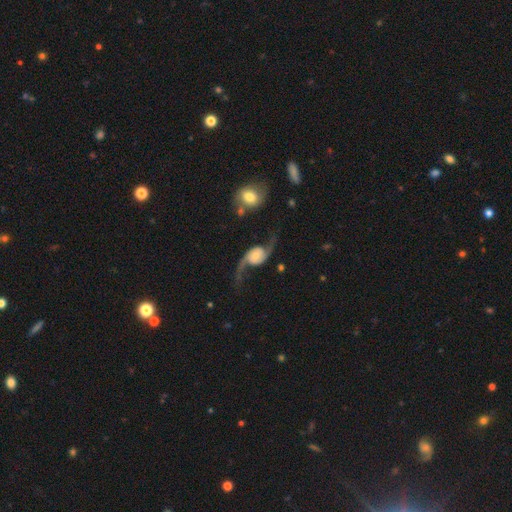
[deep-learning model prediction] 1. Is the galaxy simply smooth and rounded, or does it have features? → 88% featured or disk, 7% smooth, 5% star or artifact.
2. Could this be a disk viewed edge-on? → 97% no, 3% yes.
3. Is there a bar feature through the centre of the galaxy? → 66% no, 25% weak, 9% strong.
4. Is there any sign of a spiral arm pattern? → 97% yes, 3% no.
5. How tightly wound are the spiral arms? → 84% loose, 13% medium, 3% tight.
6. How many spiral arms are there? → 93% 2, 2% 1, 1% can't tell, 1% 3, 1% 4, 1% more than 4.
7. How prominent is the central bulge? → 45% small, 35% moderate, 11% large, 5% none, 4% dominant.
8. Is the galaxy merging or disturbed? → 60% none, 17% minor disturbance, 16% major disturbance, 7% merger.